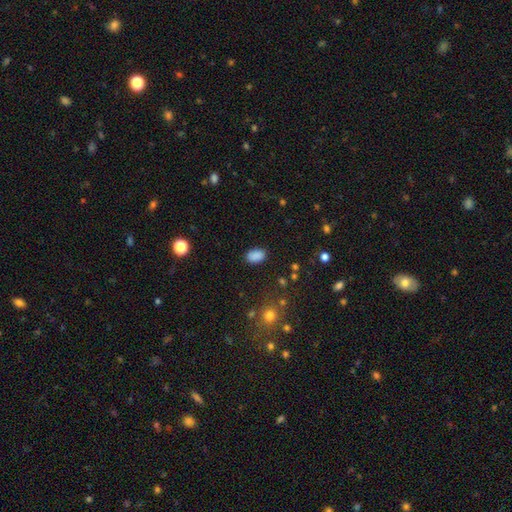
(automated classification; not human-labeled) Smooth or featured?
  - smooth: 86% *
  - star or artifact: 10%
  - featured or disk: 4%
How rounded?
  - in between: 90% *
  - round: 8%
  - cigar-shaped: 2%
Merging?
  - none: 85% *
  - minor disturbance: 11%
  - major disturbance: 3%
  - merger: 2%